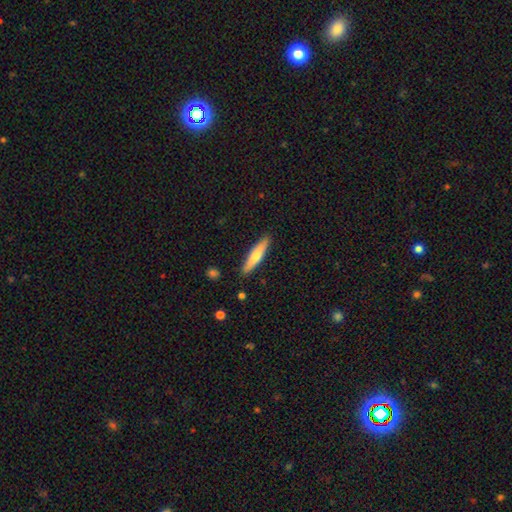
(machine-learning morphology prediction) Q: Smooth or featured?
A: smooth (65%); runner-up: featured or disk (30%)
Q: How rounded?
A: cigar-shaped (85%); runner-up: in between (13%)
Q: Merging?
A: none (89%); runner-up: minor disturbance (8%)